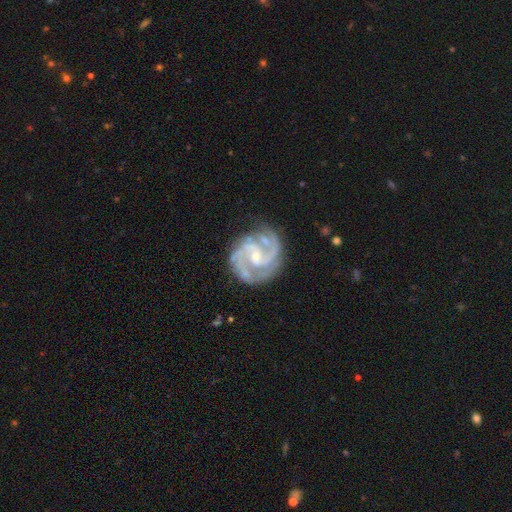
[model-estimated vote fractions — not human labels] Smooth or featured? featured or disk (93%)
Edge-on disk? no (98%)
Bar? weak (45%)
Spiral arms? yes (99%)
Spiral winding? medium (50%)
Spiral arm count? 2 (53%)
Bulge size? small (62%)
Merging? none (75%)